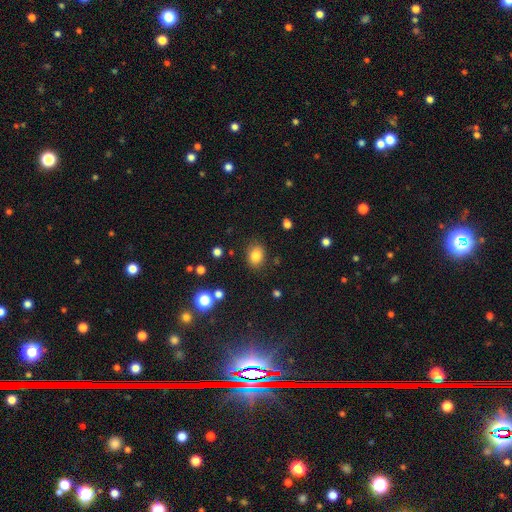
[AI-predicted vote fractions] Q: Smooth or featured?
A: smooth (82%); runner-up: star or artifact (12%)
Q: How rounded?
A: in between (55%); runner-up: round (44%)
Q: Merging?
A: none (84%); runner-up: minor disturbance (11%)